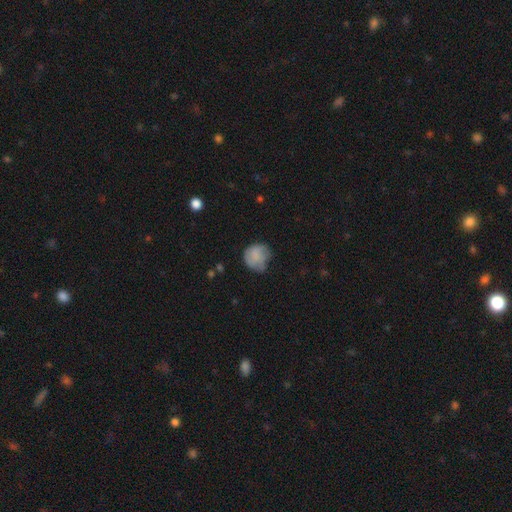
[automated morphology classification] The model was most divided on "merging": none: 51%, minor disturbance: 35%, major disturbance: 12%, merger: 2%. More confident: how rounded — round (81%); smooth or featured — smooth (70%).